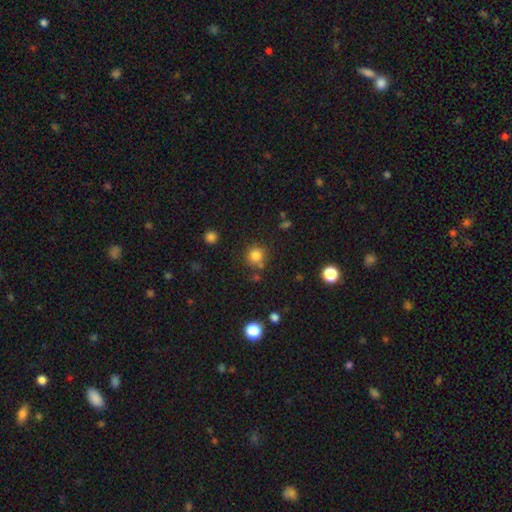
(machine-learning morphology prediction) smooth-or-featured: smooth: 80% | star or artifact: 14% | featured or disk: 6%
  how-rounded: round: 90% | in between: 9% | cigar-shaped: 1%
  merging: none: 74% | minor disturbance: 12% | merger: 10% | major disturbance: 4%